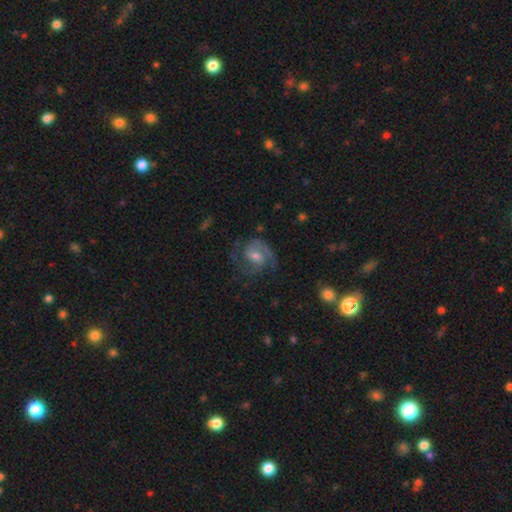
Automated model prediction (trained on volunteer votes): smooth_or_featured: featured or disk (p=0.84) [alt: smooth p=0.10]
disk_edge_on: no (p=0.98) [alt: yes p=0.02]
bar: weak (p=0.45) [alt: no p=0.44]
has_spiral_arms: yes (p=0.96) [alt: no p=0.04]
spiral_winding: medium (p=0.51) [alt: tight p=0.35]
spiral_arm_count: 2 (p=0.77) [alt: 1 p=0.07]
bulge_size: moderate (p=0.57) [alt: small p=0.33]
merging: none (p=0.69) [alt: minor disturbance p=0.17]